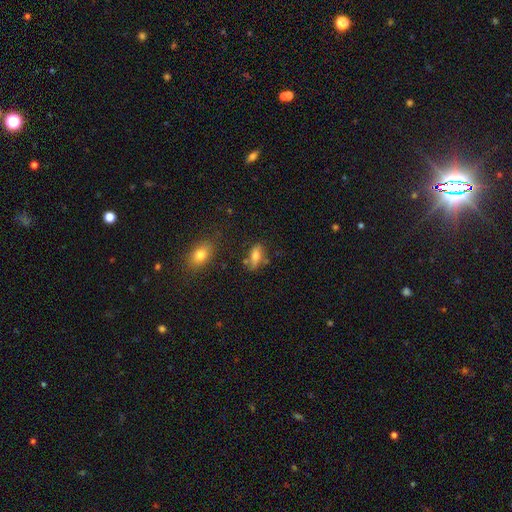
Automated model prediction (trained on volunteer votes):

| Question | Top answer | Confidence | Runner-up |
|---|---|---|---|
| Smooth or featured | smooth | 63% | featured or disk (27%) |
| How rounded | in between | 74% | cigar-shaped (19%) |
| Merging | none | 65% | minor disturbance (20%) |